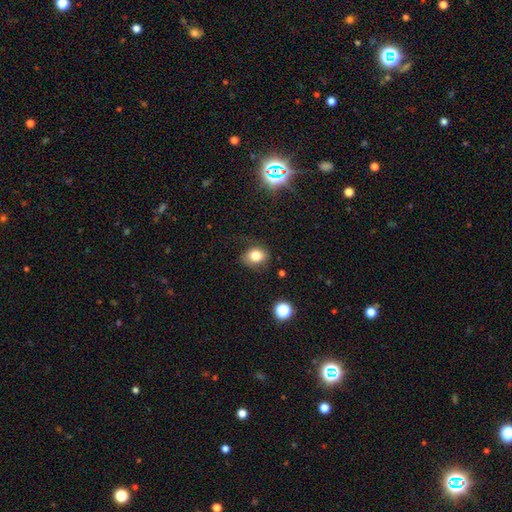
Smooth or featured? smooth (92%)
How rounded? round (56%)
Merging? none (66%)